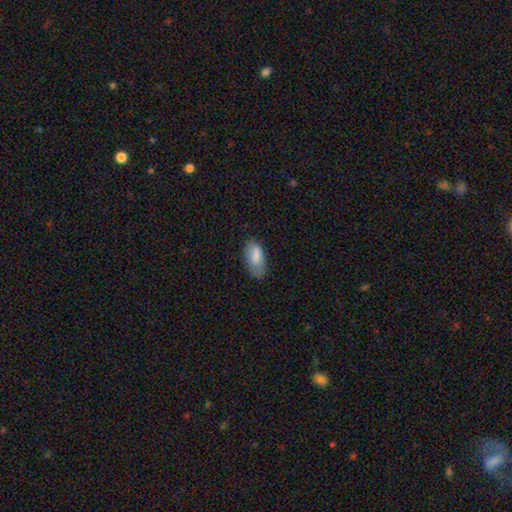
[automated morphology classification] The model was most divided on "merging": none: 60%, minor disturbance: 30%, major disturbance: 9%, merger: 2%. More confident: how rounded — in between (92%); smooth or featured — smooth (81%).